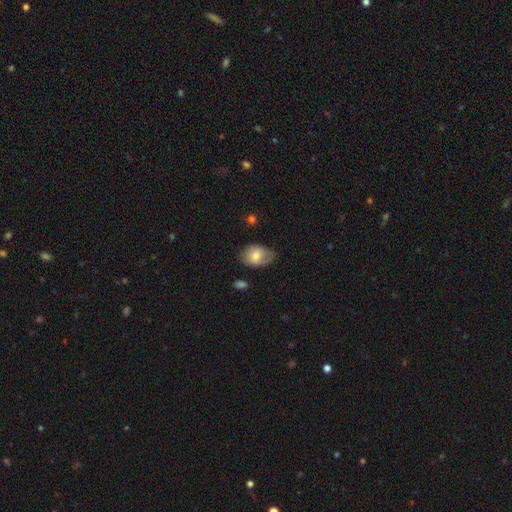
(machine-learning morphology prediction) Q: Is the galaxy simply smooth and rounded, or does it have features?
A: smooth — 69%.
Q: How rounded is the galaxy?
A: in between — 83%.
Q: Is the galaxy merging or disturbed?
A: none — 68%.